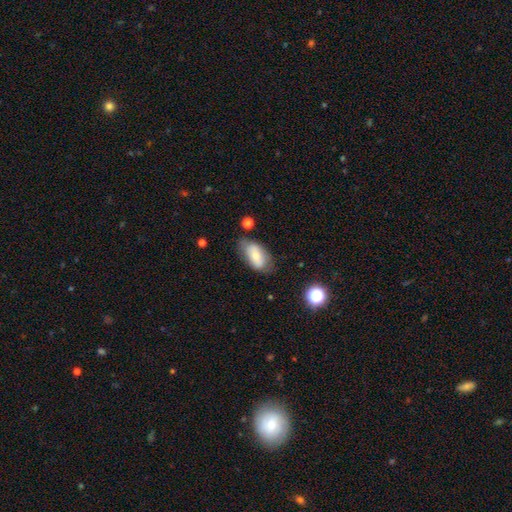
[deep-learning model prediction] The model was most divided on "merging": none: 64%, minor disturbance: 25%, major disturbance: 8%, merger: 3%. More confident: how rounded — in between (92%); smooth or featured — smooth (66%).